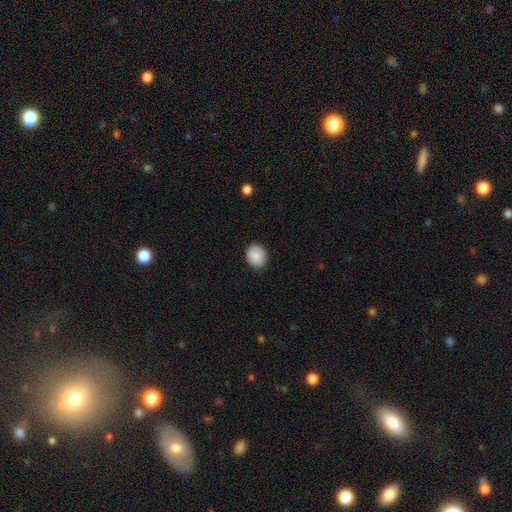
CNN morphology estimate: The model was most divided on "how rounded": round: 56%, in between: 43%, cigar-shaped: 1%. More confident: smooth or featured — smooth (88%); merging — none (87%).